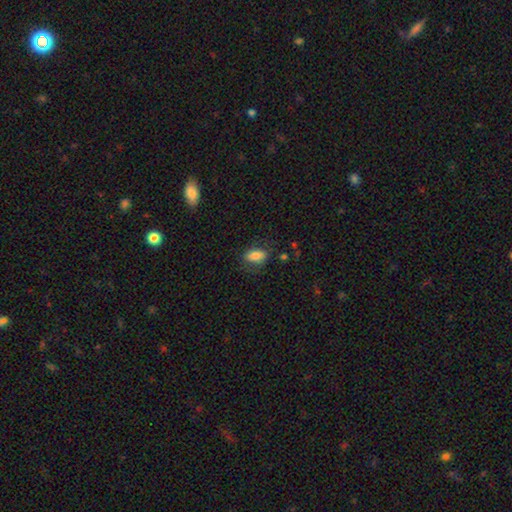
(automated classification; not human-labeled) Morphology: type=smooth (78%); roundness=in between (88%); merging=none (71%).